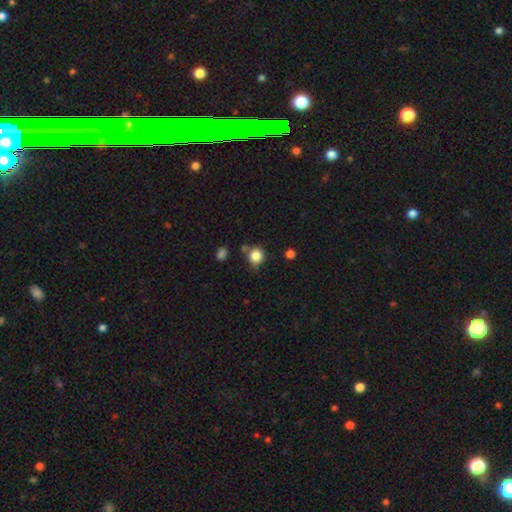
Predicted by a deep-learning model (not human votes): A smooth galaxy with no disk features (84%) that is round (85%).

Vote fractions:
- Smooth or featured? smooth: 84% / star or artifact: 11% / featured or disk: 5%
- How rounded? round: 85% / in between: 14% / cigar-shaped: 1%
- Merging? none: 72% / minor disturbance: 16% / merger: 8% / major disturbance: 4%